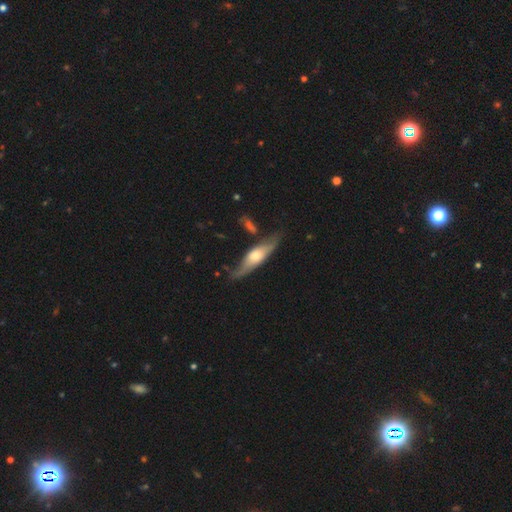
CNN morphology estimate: Smooth or featured? featured or disk (56%)
Edge-on disk? yes (62%)
Merging? none (64%)